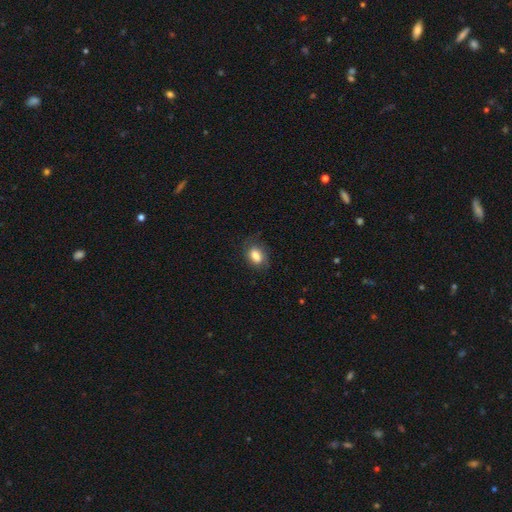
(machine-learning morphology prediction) This appears to be a smooth galaxy with no disk features (73%) that is in between round and cigar-shaped (80%). Merging: none (67%).